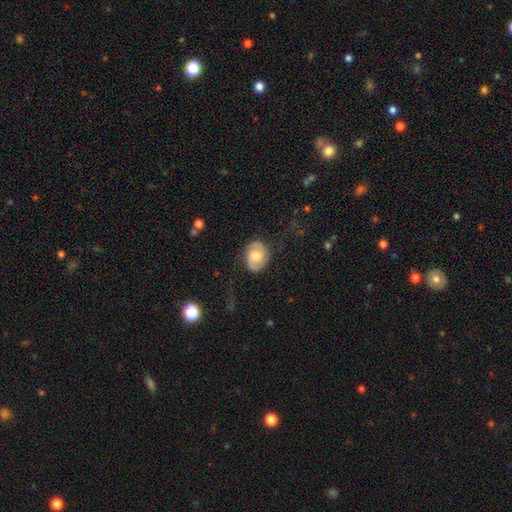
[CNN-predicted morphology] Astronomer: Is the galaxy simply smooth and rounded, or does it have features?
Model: featured or disk — 50% (runner-up: smooth, 42%).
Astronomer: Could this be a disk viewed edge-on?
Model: no — 96%.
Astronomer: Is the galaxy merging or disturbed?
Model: none — 69%.